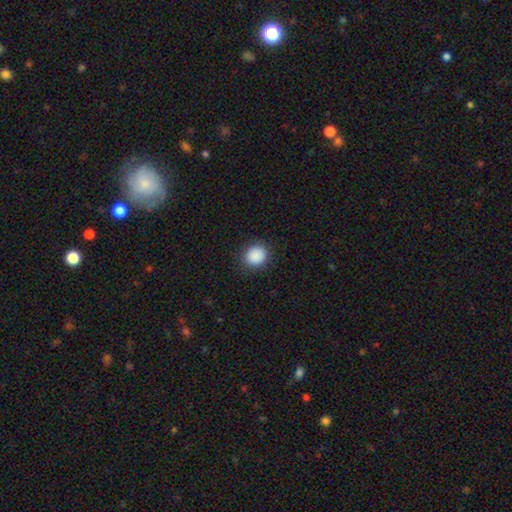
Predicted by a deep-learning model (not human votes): This is clearly a smooth galaxy (89%). How rounded: likely round (74%). Merging: clearly none (88%).